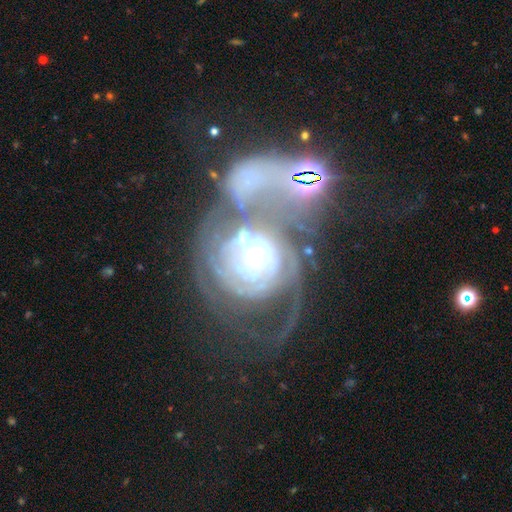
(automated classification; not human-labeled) Smooth or featured: featured or disk — 78% (smooth — 11%)
Edge-on disk: no — 97% (yes — 3%)
Bar: no — 72% (weak — 17%)
Spiral arms: yes — 75% (no — 25%)
Spiral winding: tight — 51% (medium — 28%)
Spiral arm count: can't tell — 41% (2 — 22%)
Bulge size: large — 43% (moderate — 35%)
Merging: merger — 46% (major disturbance — 32%)